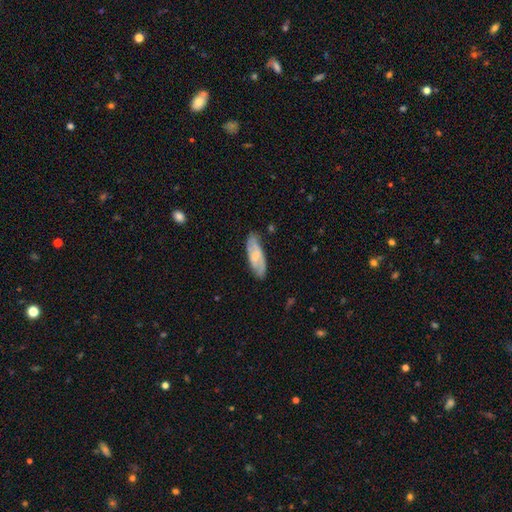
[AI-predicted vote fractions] Smooth or featured: smooth — 51% (featured or disk — 42%)
How rounded: in between — 66% (cigar-shaped — 32%)
Merging: none — 76% (minor disturbance — 18%)